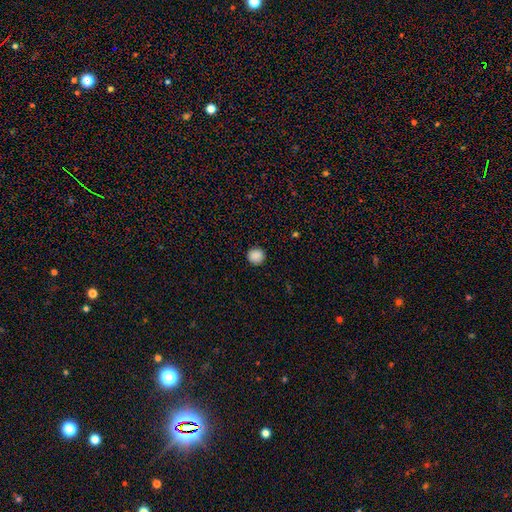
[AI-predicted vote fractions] smooth-or-featured: smooth: 89% | star or artifact: 9% | featured or disk: 2%
  how-rounded: round: 94% | in between: 5% | cigar-shaped: 1%
  merging: none: 92% | minor disturbance: 5% | major disturbance: 2% | merger: 1%